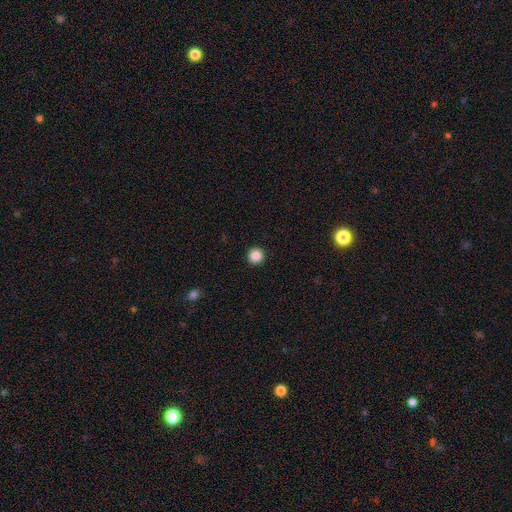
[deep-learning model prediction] smooth_or_featured: smooth (p=0.87) [alt: star or artifact p=0.10]
how_rounded: round (p=0.96) [alt: in between p=0.03]
merging: none (p=0.93) [alt: minor disturbance p=0.04]